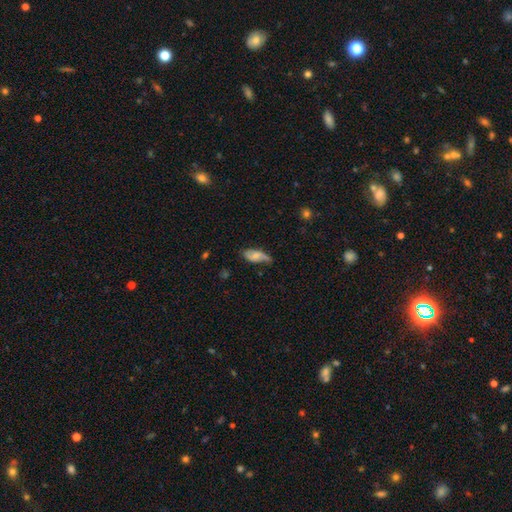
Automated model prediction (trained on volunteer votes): Smooth or featured?
  - smooth: 54% *
  - featured or disk: 38%
  - star or artifact: 7%
How rounded?
  - in between: 86% *
  - cigar-shaped: 11%
  - round: 3%
Merging?
  - none: 53% *
  - minor disturbance: 34%
  - major disturbance: 11%
  - merger: 2%